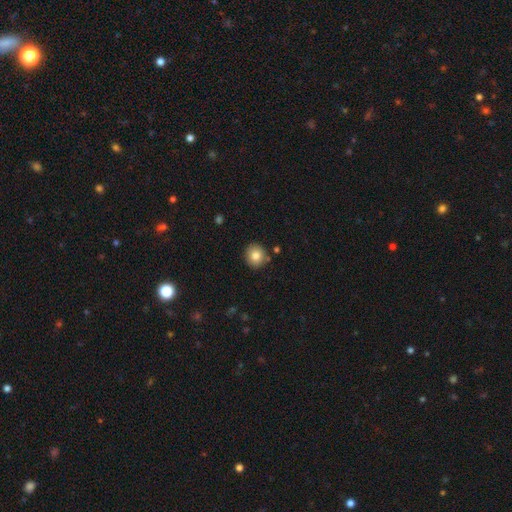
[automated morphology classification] The model was most divided on "smooth or featured": smooth: 81%, star or artifact: 10%, featured or disk: 9%. More confident: how rounded — round (88%); merging — none (86%).